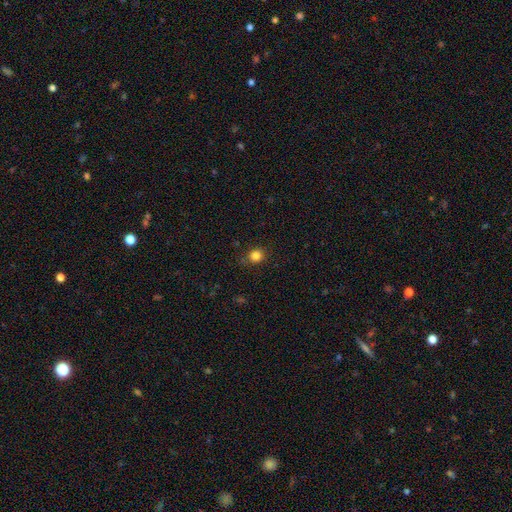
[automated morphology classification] This appears to be a smooth galaxy with no disk features (83%) that is round (84%). Merging: none (83%).